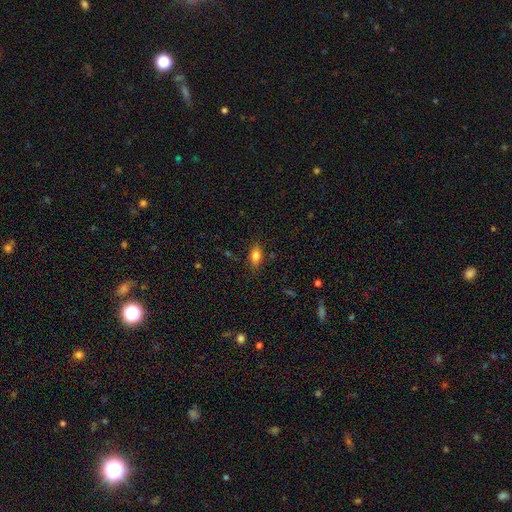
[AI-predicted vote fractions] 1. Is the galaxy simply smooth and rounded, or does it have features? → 82% smooth, 10% star or artifact, 9% featured or disk.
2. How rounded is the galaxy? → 84% in between, 10% round, 6% cigar-shaped.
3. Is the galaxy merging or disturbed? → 82% none, 13% minor disturbance, 3% major disturbance, 1% merger.